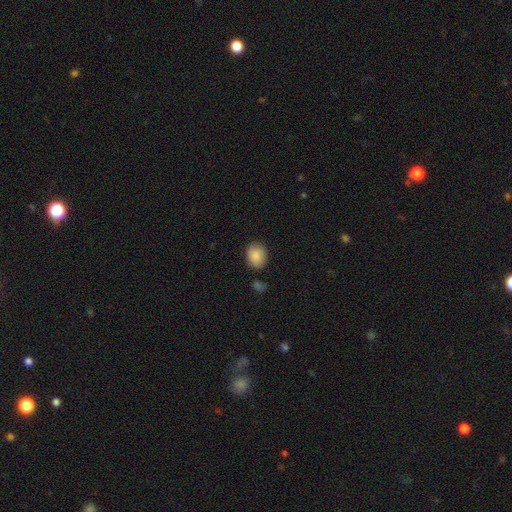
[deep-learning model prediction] smooth 88%, star or artifact 7%, featured or disk 5%. Down the decision tree: how rounded — in between (57%); merging — none (81%).